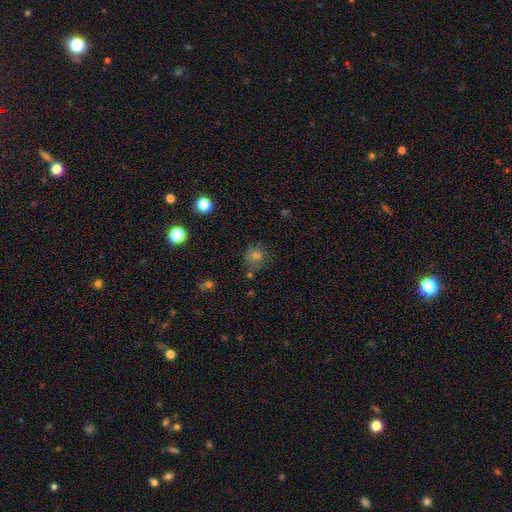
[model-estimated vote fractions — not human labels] smooth-or-featured: smooth: 68% | star or artifact: 22% | featured or disk: 10%
  how-rounded: round: 84% | in between: 15% | cigar-shaped: 1%
  merging: none: 75% | minor disturbance: 15% | major disturbance: 5% | merger: 5%